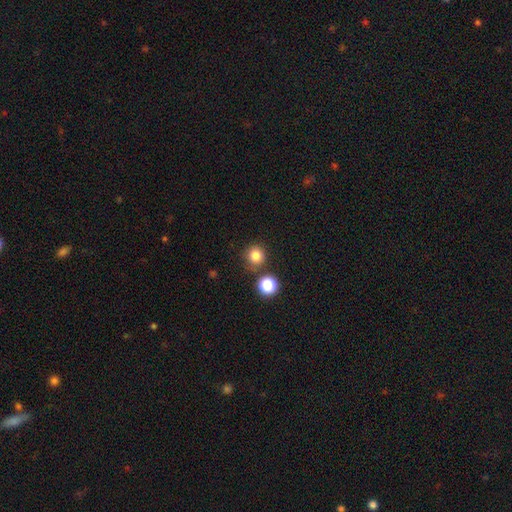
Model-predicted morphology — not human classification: smooth_or_featured: smooth (p=0.80) [alt: star or artifact p=0.14]
how_rounded: round (p=0.93) [alt: in between p=0.06]
merging: none (p=0.81) [alt: merger p=0.08]